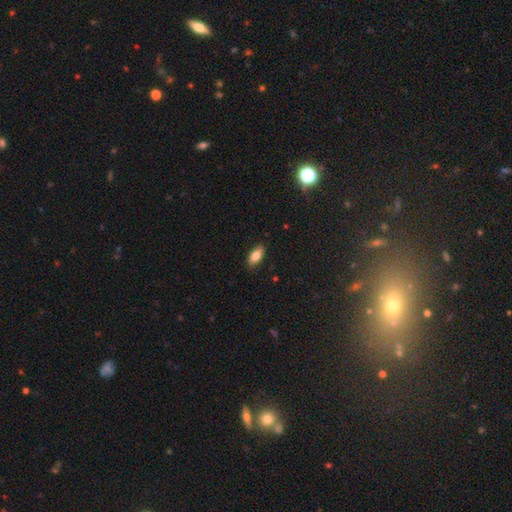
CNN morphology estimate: smooth_or_featured: smooth (p=0.82) [alt: featured or disk p=0.11]
how_rounded: in between (p=0.88) [alt: cigar-shaped p=0.09]
merging: none (p=0.88) [alt: minor disturbance p=0.09]